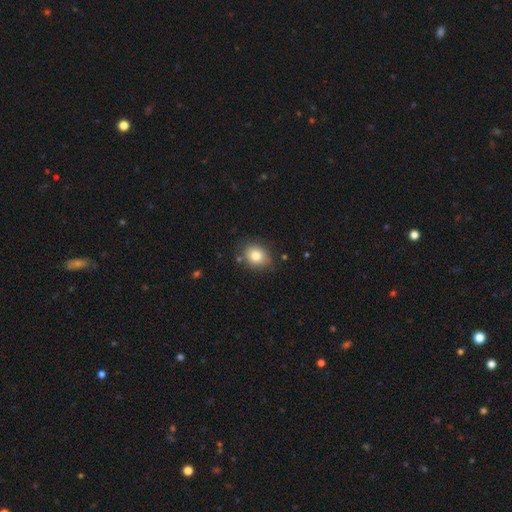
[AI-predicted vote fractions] This is likely a smooth galaxy (79%). How rounded: likely round (62%). Merging: clearly none (81%).